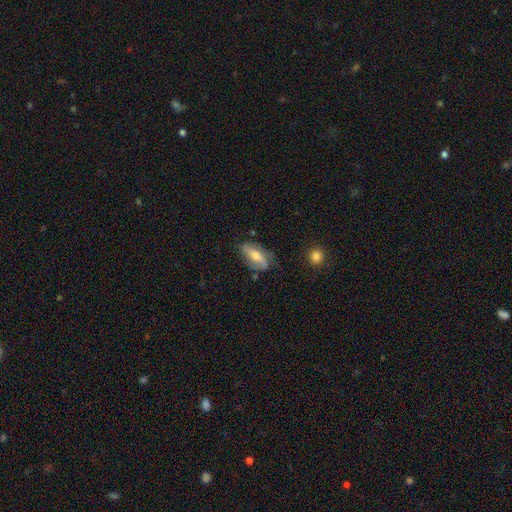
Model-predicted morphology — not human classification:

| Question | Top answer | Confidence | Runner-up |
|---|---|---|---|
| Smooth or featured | featured or disk | 61% | smooth (31%) |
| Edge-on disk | no | 86% | yes (14%) |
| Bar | no | 38% | weak (33%) |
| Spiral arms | yes | 83% | no (17%) |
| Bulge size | moderate | 57% | small (33%) |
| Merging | none | 66% | minor disturbance (23%) |